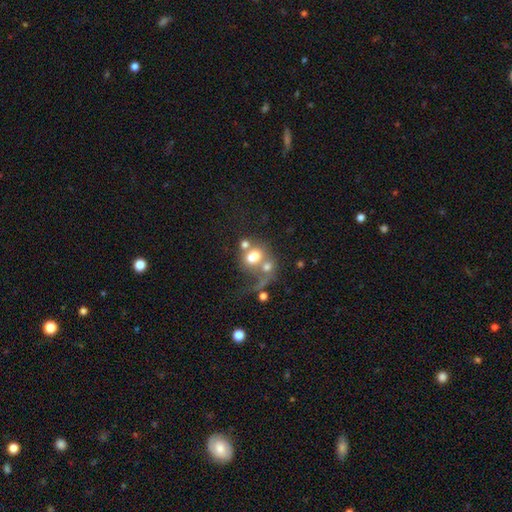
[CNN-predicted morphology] The model was most divided on "how rounded": in between: 52%, round: 47%, cigar-shaped: 2%. More confident: smooth or featured — smooth (61%); merging — merger (54%).